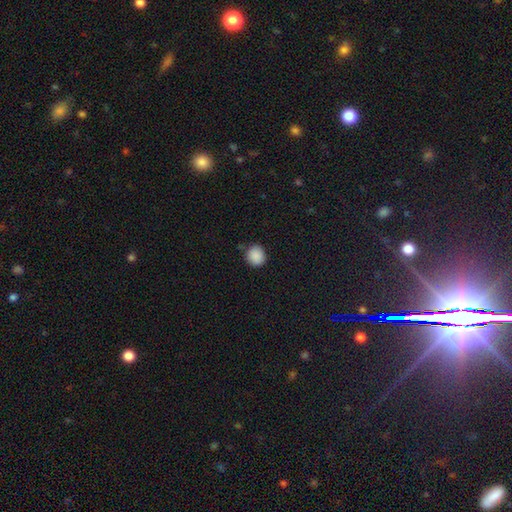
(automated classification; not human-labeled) smooth-or-featured: smooth: 89% | star or artifact: 9% | featured or disk: 3%
  how-rounded: round: 78% | in between: 21% | cigar-shaped: 1%
  merging: none: 83% | minor disturbance: 12% | major disturbance: 3% | merger: 2%